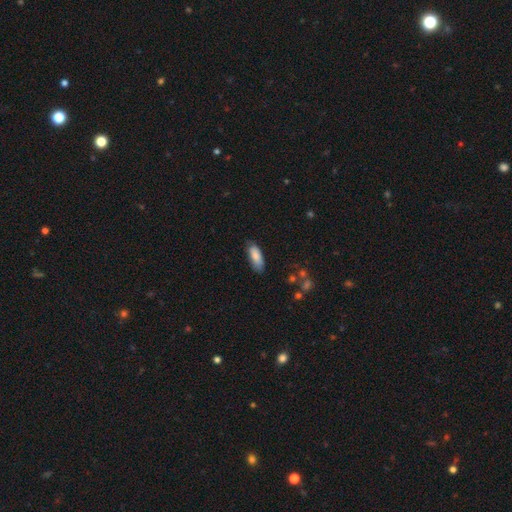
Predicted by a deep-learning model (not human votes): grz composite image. It shows a smooth galaxy with no disk features (83%) that is in between round and cigar-shaped (76%). Merging: none (73%).